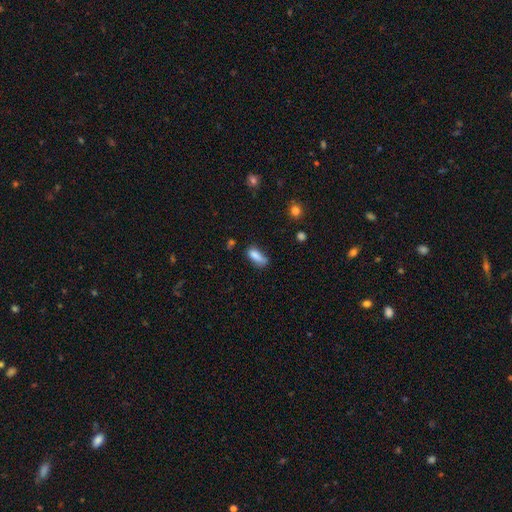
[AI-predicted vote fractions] This appears to be a smooth galaxy with no disk features (81%) that is in between round and cigar-shaped (72%). Merging: none (46%).